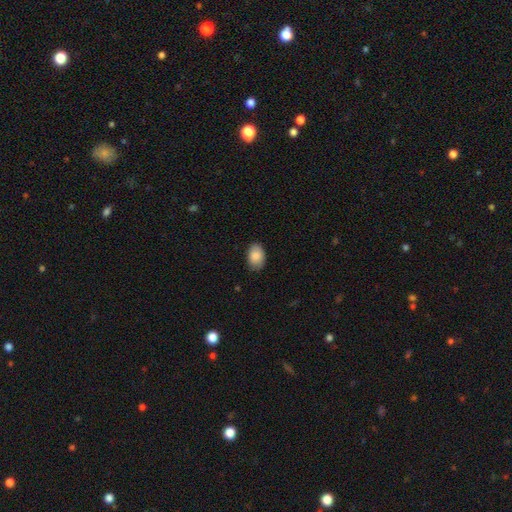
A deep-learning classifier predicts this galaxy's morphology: Q: Smooth or featured?
A: smooth (88%); runner-up: star or artifact (7%)
Q: How rounded?
A: in between (88%); runner-up: round (11%)
Q: Merging?
A: none (84%); runner-up: minor disturbance (13%)